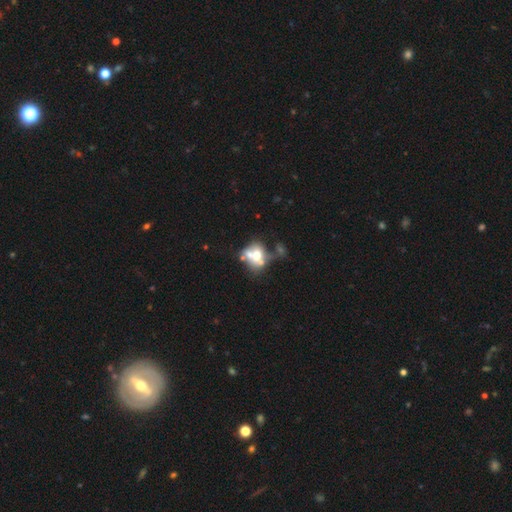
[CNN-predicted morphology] Smooth or featured? Predicted: smooth (p=0.47). Merging? Predicted: merger (p=0.50).